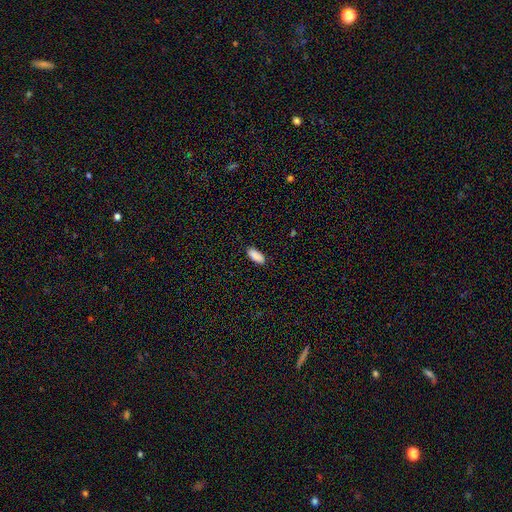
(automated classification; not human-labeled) Morphology: type=smooth (90%); roundness=in between (83%); merging=none (89%).